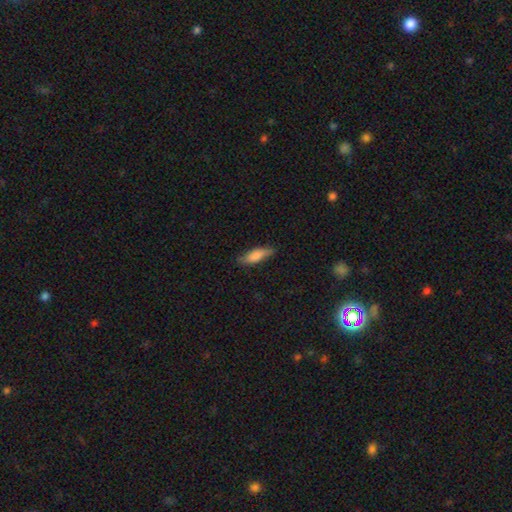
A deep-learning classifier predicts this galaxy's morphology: smooth-or-featured: smooth: 77% | featured or disk: 17% | star or artifact: 6%
  how-rounded: in between: 50% | cigar-shaped: 48% | round: 2%
  merging: none: 78% | minor disturbance: 17% | major disturbance: 3% | merger: 1%